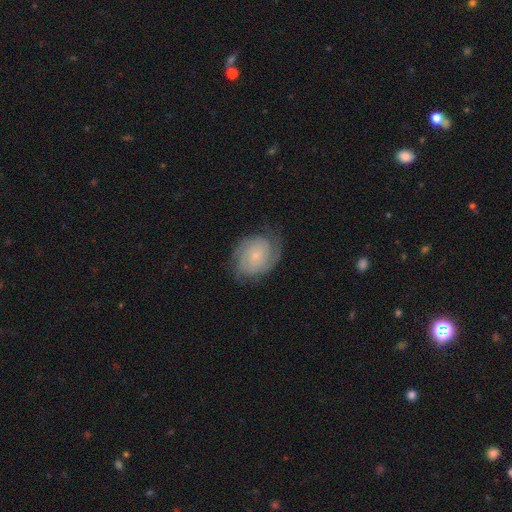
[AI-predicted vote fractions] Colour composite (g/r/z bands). It shows a featured or disk galaxy (78%) with no bar (75%), 2 (46%) tight (67%) spiral arms (95%) and a small central bulge (81%). Merging: none (76%).